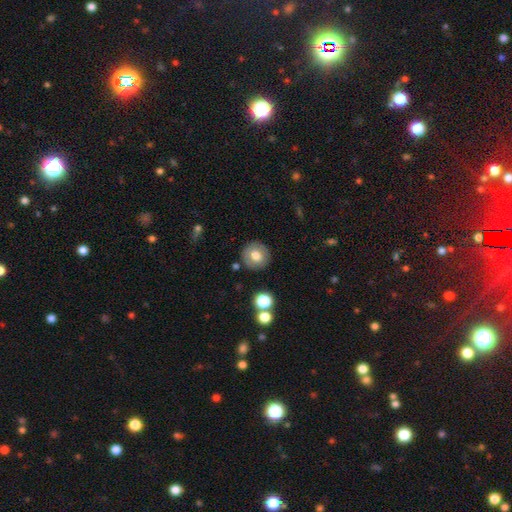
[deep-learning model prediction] The model was most divided on "smooth or featured": smooth: 72%, featured or disk: 19%, star or artifact: 9%. More confident: how rounded — round (92%); merging — none (87%).